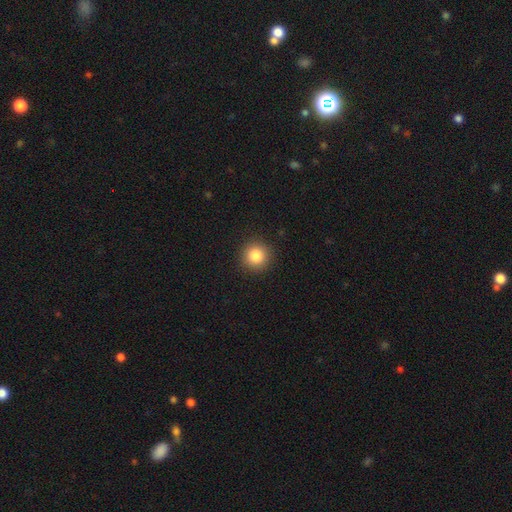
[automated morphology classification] Q: Smooth or featured?
A: smooth (84%); runner-up: star or artifact (11%)
Q: How rounded?
A: round (95%); runner-up: in between (4%)
Q: Merging?
A: none (92%); runner-up: minor disturbance (5%)